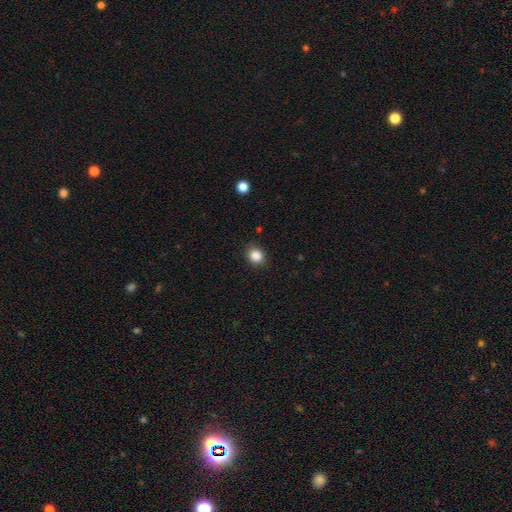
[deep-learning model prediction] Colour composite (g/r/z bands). It shows a smooth galaxy with no disk features (86%) that is round (69%). Merging: none (85%).